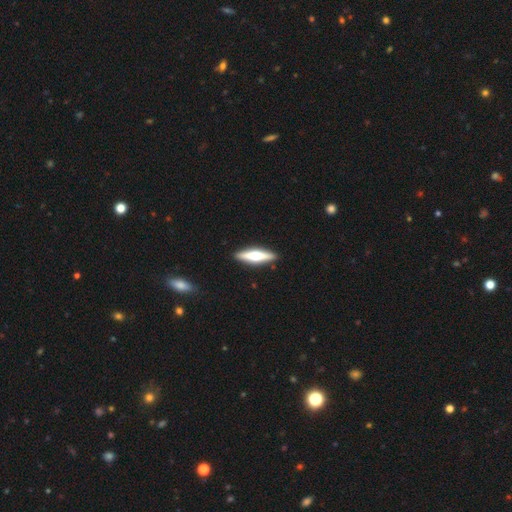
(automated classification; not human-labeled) smooth_or_featured: featured or disk (p=0.56) [alt: smooth p=0.39]
disk_edge_on: yes (p=0.95) [alt: no p=0.05]
edge_on_bulge: rounded (p=0.90) [alt: boxy p=0.06]
merging: none (p=0.91) [alt: minor disturbance p=0.07]